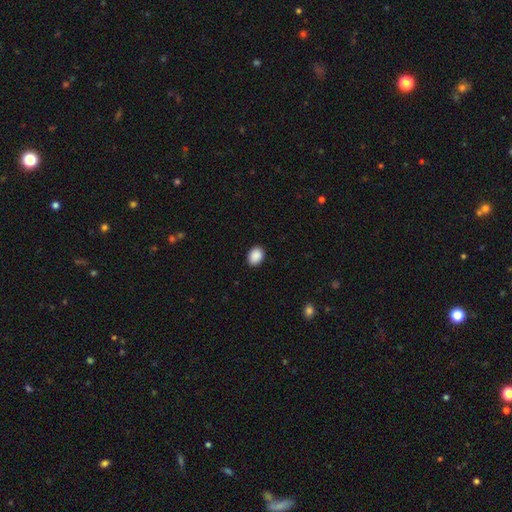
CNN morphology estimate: smooth 90%, star or artifact 8%, featured or disk 2%. Down the decision tree: how rounded — in between (68%); merging — none (89%).